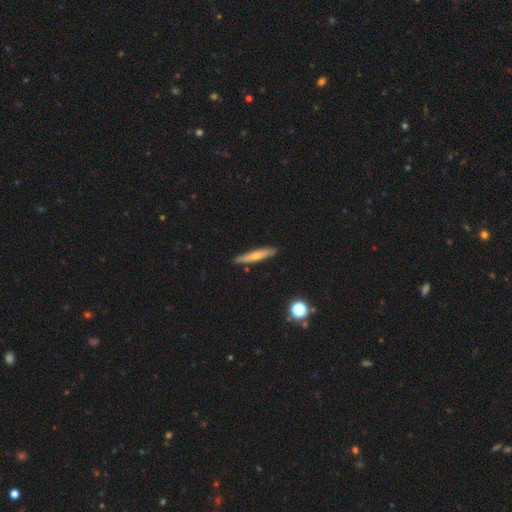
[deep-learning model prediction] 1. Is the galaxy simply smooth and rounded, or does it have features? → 57% smooth, 36% featured or disk, 6% star or artifact.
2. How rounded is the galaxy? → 92% cigar-shaped, 6% in between, 2% round.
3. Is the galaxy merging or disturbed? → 87% none, 9% minor disturbance, 2% merger, 2% major disturbance.